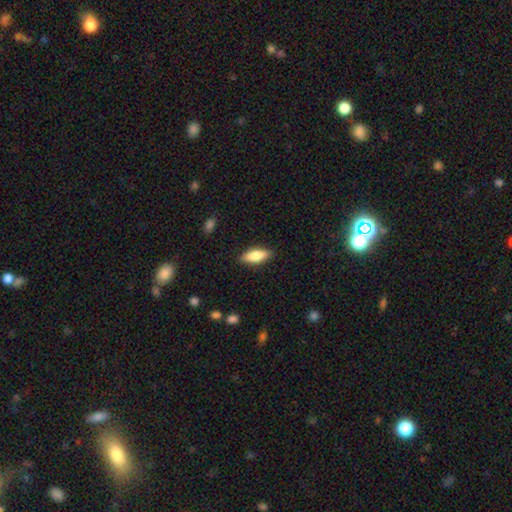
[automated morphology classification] This is likely a smooth galaxy (78%). How rounded: likely in between (68%). Merging: clearly none (87%).